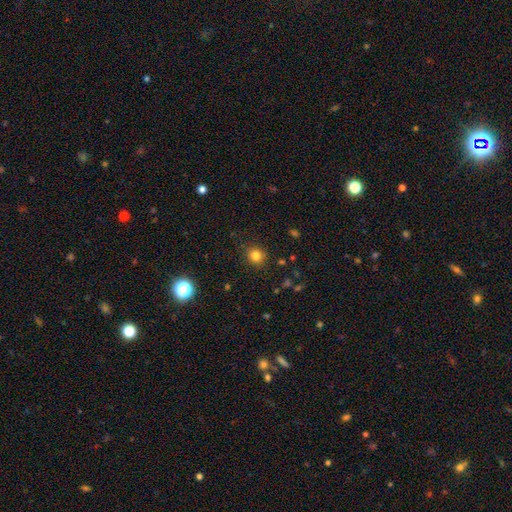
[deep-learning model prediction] The model was most divided on "smooth or featured": smooth: 81%, star or artifact: 14%, featured or disk: 5%. More confident: merging — none (89%); how rounded — round (84%).